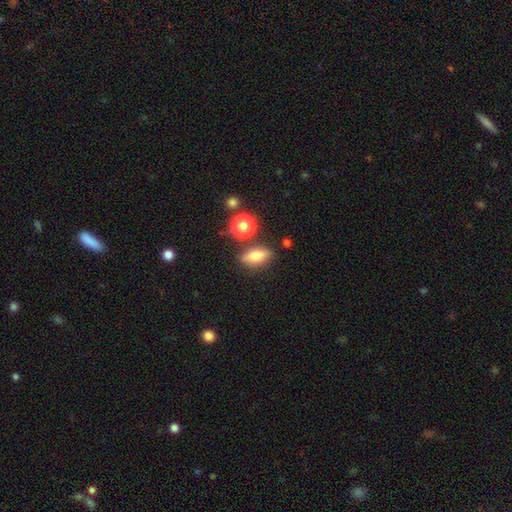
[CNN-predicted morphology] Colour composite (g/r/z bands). It shows a smooth galaxy with no disk features (69%) that is in between round and cigar-shaped (66%). Merging: none (79%).